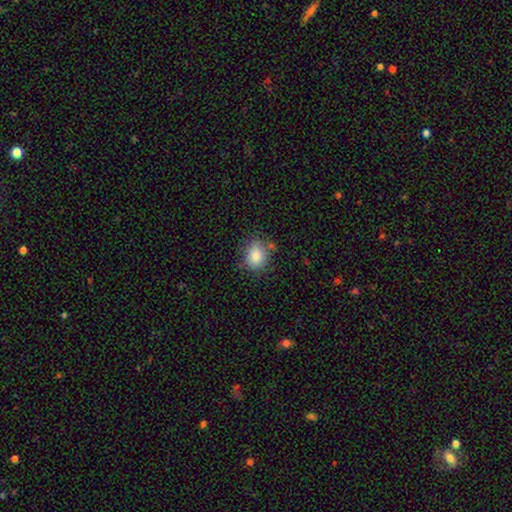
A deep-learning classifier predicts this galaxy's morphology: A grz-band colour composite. It shows a smooth galaxy with no disk features (83%) that is round (51%). Merging: none (74%).